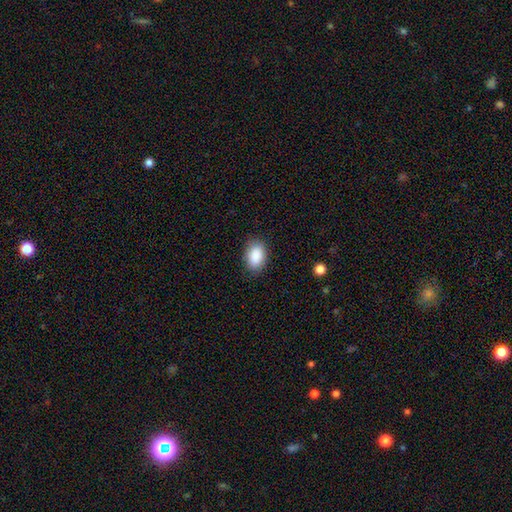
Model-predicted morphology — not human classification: smooth_or_featured: smooth (p=0.89) [alt: star or artifact p=0.07]
how_rounded: in between (p=0.89) [alt: round p=0.10]
merging: none (p=0.85) [alt: minor disturbance p=0.12]